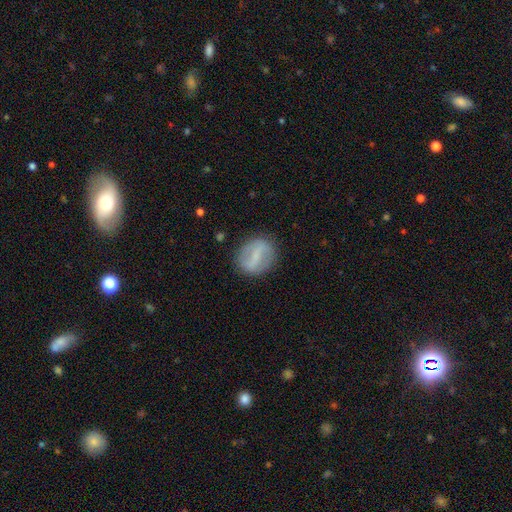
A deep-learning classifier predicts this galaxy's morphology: Smooth or featured? Predicted: featured or disk (p=0.53). Edge-on disk? Predicted: no (p=0.93). Merging? Predicted: none (p=0.82).